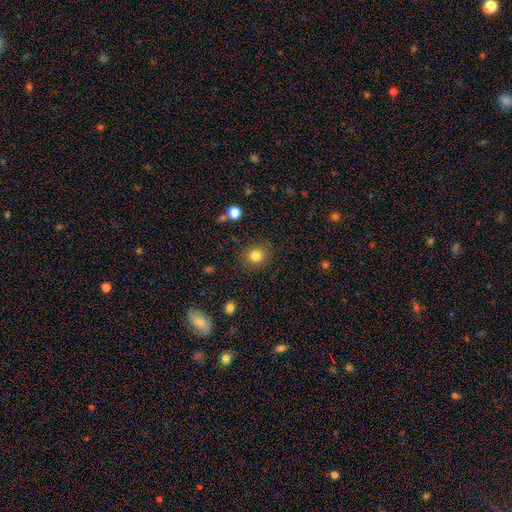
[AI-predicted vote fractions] Smooth or featured? smooth (83%)
How rounded? round (83%)
Merging? none (85%)